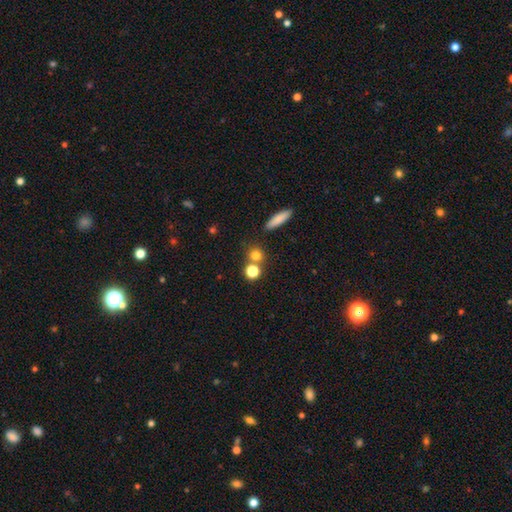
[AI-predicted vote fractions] smooth-or-featured: smooth: 77% | star or artifact: 14% | featured or disk: 9%
  how-rounded: round: 82% | in between: 14% | cigar-shaped: 4%
  merging: none: 64% | merger: 26% | minor disturbance: 7% | major disturbance: 3%